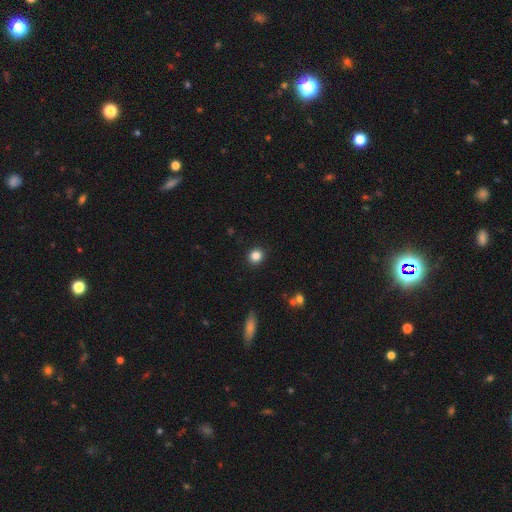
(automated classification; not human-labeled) smooth-or-featured: smooth: 84% | star or artifact: 11% | featured or disk: 5%
  how-rounded: round: 86% | in between: 13% | cigar-shaped: 1%
  merging: none: 91% | minor disturbance: 6% | major disturbance: 2% | merger: 1%